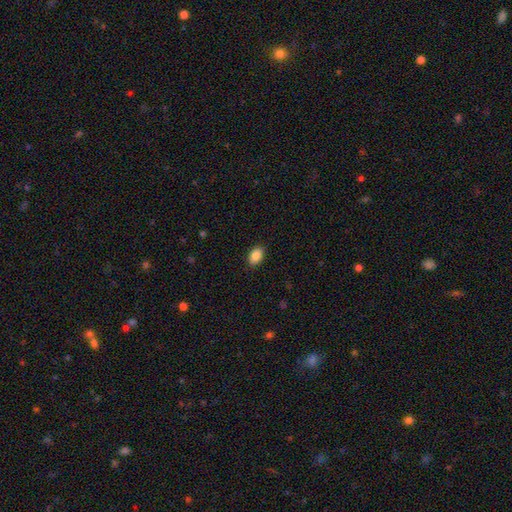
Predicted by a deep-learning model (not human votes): Smooth or featured? smooth (88%)
How rounded? in between (89%)
Merging? none (88%)